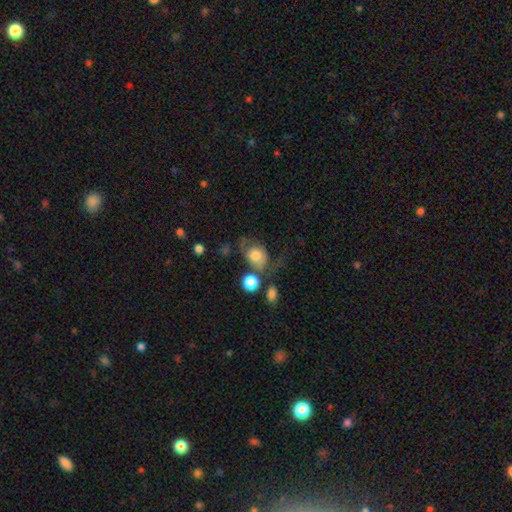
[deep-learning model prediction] This appears to be a smooth galaxy with no disk features (66%) that is round (56%). Merging: none (32%).